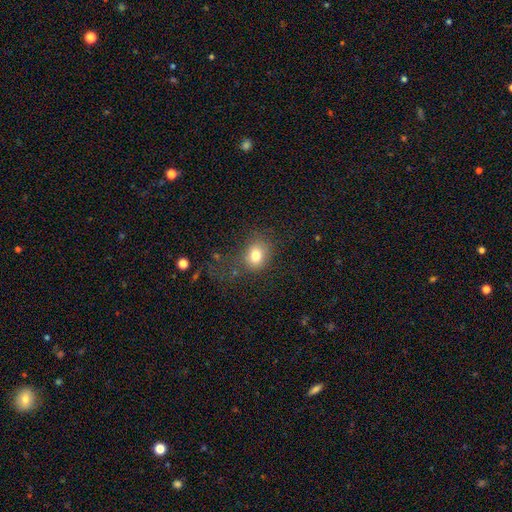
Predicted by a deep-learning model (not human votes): Overall: smooth (77%). How rounded: round (66%; in between 33%). Merging: none (66%).